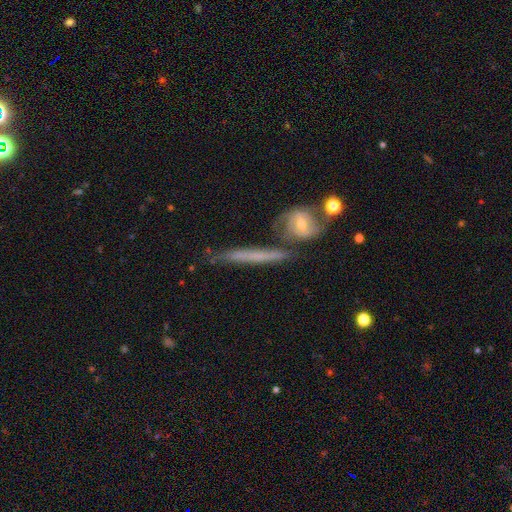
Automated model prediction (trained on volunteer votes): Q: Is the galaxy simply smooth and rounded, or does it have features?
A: featured or disk — 55%.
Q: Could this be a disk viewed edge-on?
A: yes — 80%.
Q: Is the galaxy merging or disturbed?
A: none — 67%.